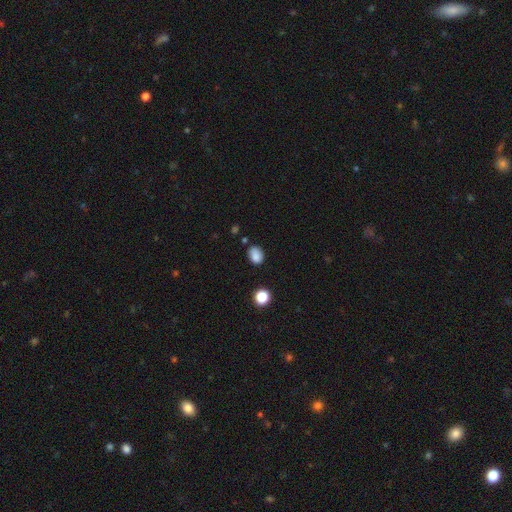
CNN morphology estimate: Smooth or featured?
  - smooth: 84% *
  - star or artifact: 11%
  - featured or disk: 5%
How rounded?
  - in between: 68% *
  - round: 31%
  - cigar-shaped: 1%
Merging?
  - none: 74% *
  - minor disturbance: 19%
  - merger: 4%
  - major disturbance: 4%